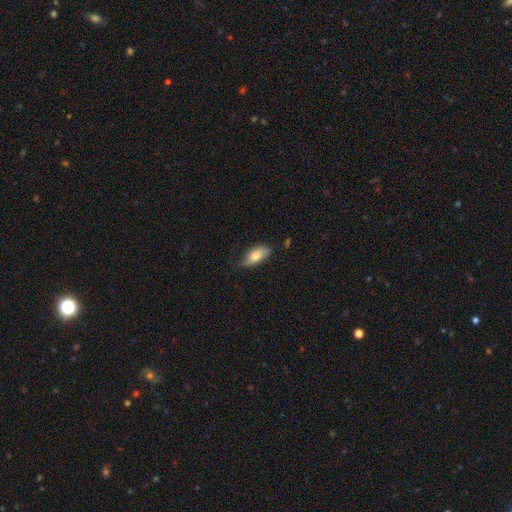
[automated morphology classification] Overall: smooth (73%). How rounded: in between (86%). Merging: none (64%; minor disturbance 29%).